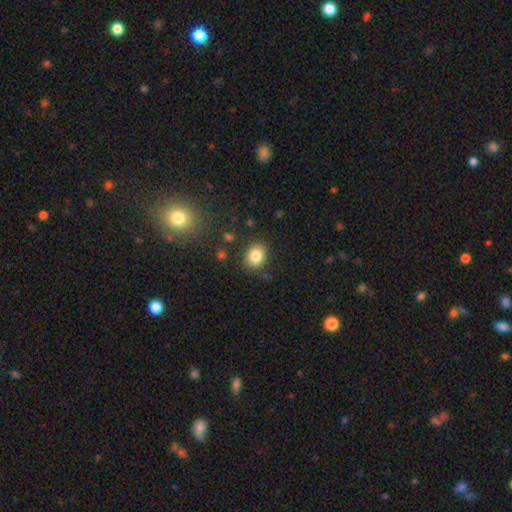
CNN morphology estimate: smooth-or-featured: smooth: 83% | star or artifact: 10% | featured or disk: 7%
  how-rounded: round: 57% | in between: 42% | cigar-shaped: 1%
  merging: none: 84% | minor disturbance: 10% | major disturbance: 3% | merger: 3%